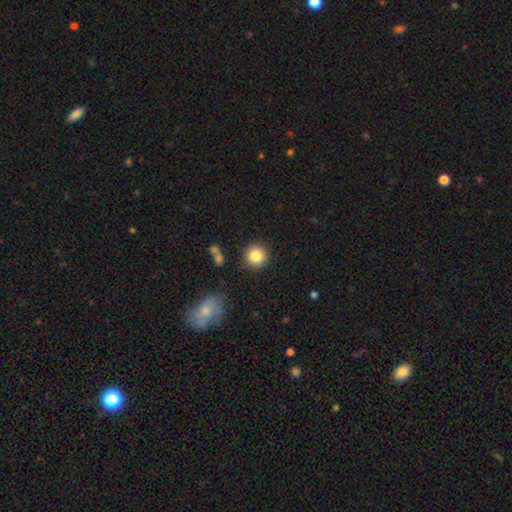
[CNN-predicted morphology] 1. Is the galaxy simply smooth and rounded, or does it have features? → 85% smooth, 9% star or artifact, 6% featured or disk.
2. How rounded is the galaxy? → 94% round, 5% in between, 1% cigar-shaped.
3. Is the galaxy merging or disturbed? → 89% none, 6% minor disturbance, 2% major disturbance, 2% merger.